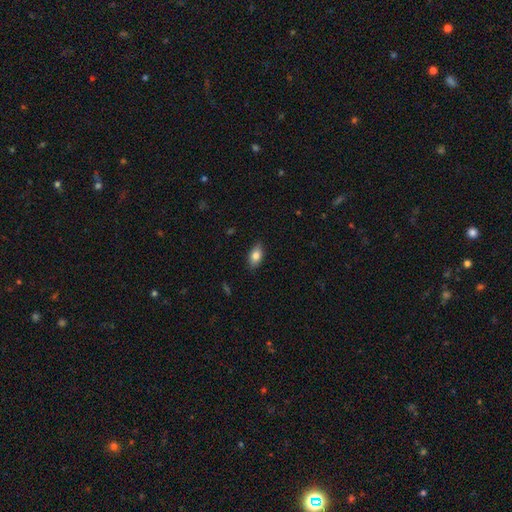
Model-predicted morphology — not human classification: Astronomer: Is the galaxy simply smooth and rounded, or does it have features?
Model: smooth — 81%.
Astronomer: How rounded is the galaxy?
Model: in between — 89%.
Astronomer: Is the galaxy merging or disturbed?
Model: none — 86%.